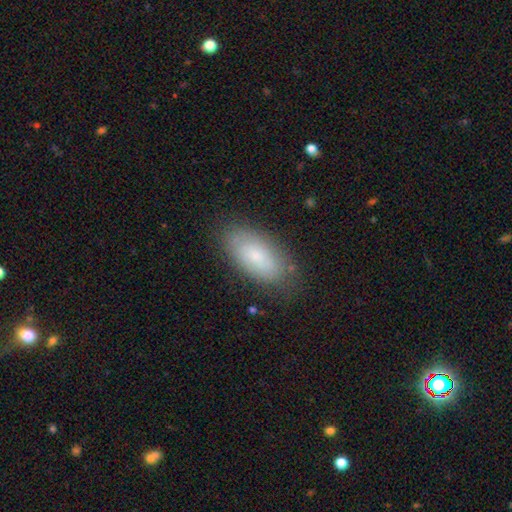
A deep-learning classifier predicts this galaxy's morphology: smooth-or-featured: smooth: 68% | featured or disk: 24% | star or artifact: 7%
  how-rounded: in between: 91% | cigar-shaped: 6% | round: 3%
  merging: none: 77% | minor disturbance: 17% | major disturbance: 4% | merger: 1%